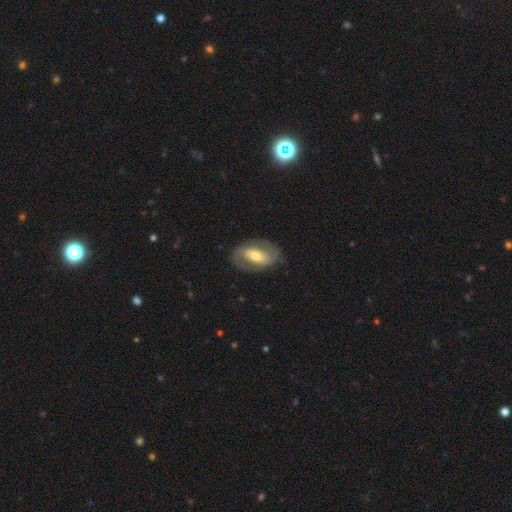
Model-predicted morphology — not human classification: type=featured or disk (72%); edge-on=no (95%); bar=strong (39%); spiral arms=yes (76%); winding=medium (43%); arm count=2 (83%); bulge=moderate (62%); merging=none (79%).